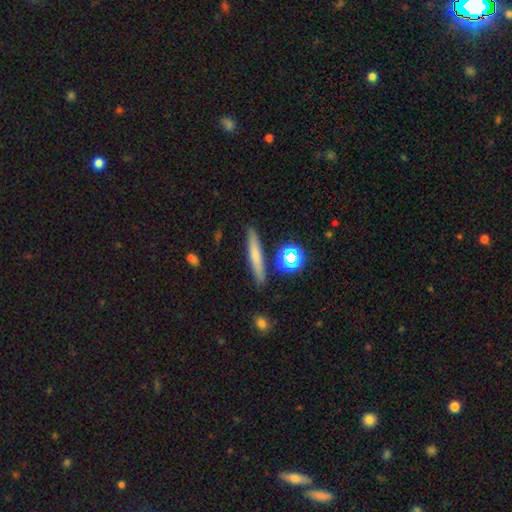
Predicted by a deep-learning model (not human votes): Smooth or featured?
  - smooth: 63% *
  - featured or disk: 27%
  - star or artifact: 10%
How rounded?
  - cigar-shaped: 90% *
  - in between: 6%
  - round: 4%
Merging?
  - none: 87% *
  - minor disturbance: 8%
  - merger: 3%
  - major disturbance: 2%